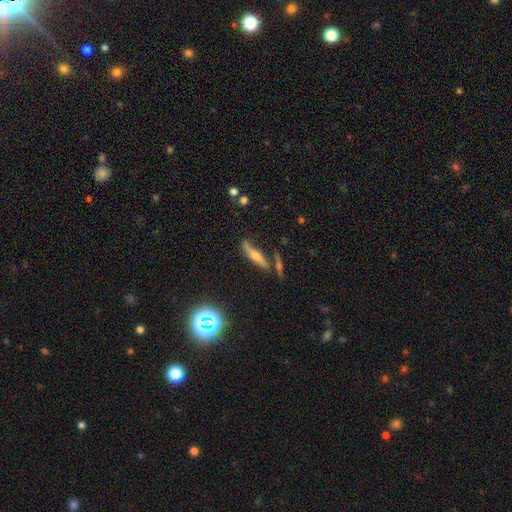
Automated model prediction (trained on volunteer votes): Smooth or featured? Predicted: featured or disk (p=0.53). Edge-on disk? Predicted: yes (p=0.83). Merging? Predicted: none (p=0.67).